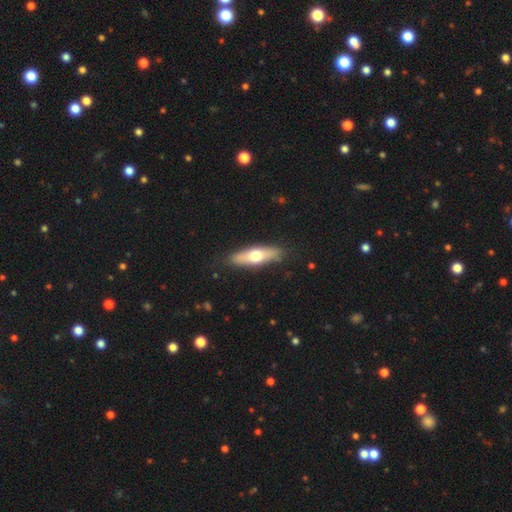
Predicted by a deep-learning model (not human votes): Q: Smooth or featured?
A: smooth (53%); runner-up: featured or disk (41%)
Q: How rounded?
A: cigar-shaped (57%); runner-up: in between (41%)
Q: Merging?
A: none (85%); runner-up: minor disturbance (11%)